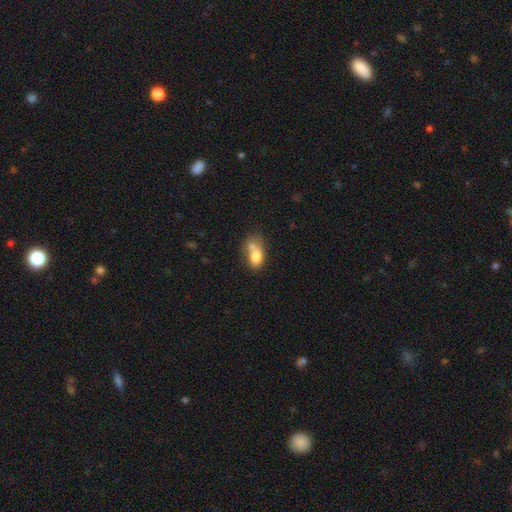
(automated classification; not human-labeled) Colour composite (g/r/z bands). It shows a smooth galaxy with no disk features (74%) that is in between round and cigar-shaped (80%). Merging: merger (56%).